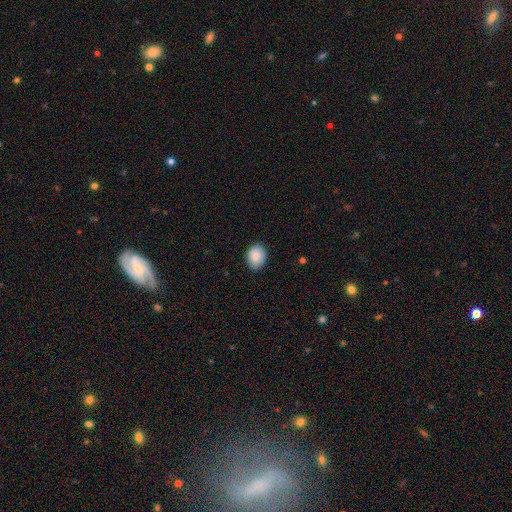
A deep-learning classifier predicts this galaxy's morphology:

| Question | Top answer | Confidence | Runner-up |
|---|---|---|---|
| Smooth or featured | smooth | 88% | star or artifact (7%) |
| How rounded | in between | 57% | round (42%) |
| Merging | none | 83% | minor disturbance (14%) |